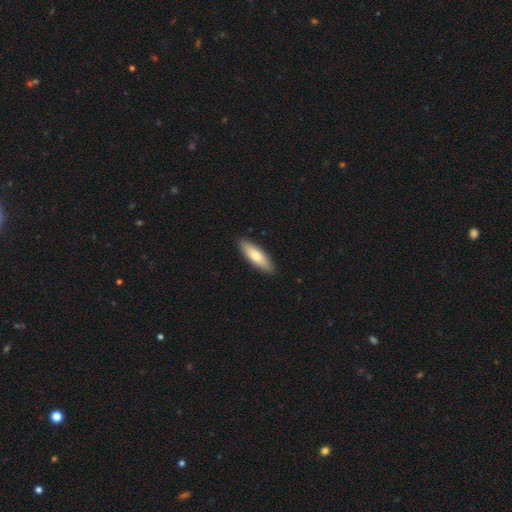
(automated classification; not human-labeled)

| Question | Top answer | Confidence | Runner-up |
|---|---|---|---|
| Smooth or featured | smooth | 71% | featured or disk (24%) |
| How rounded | cigar-shaped | 53% | in between (45%) |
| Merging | none | 90% | minor disturbance (7%) |